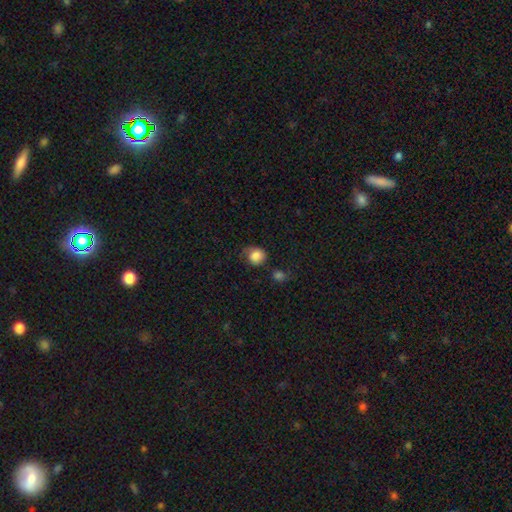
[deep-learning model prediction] Overall: smooth (82%). How rounded: round (79%). Merging: none (52%; minor disturbance 29%).